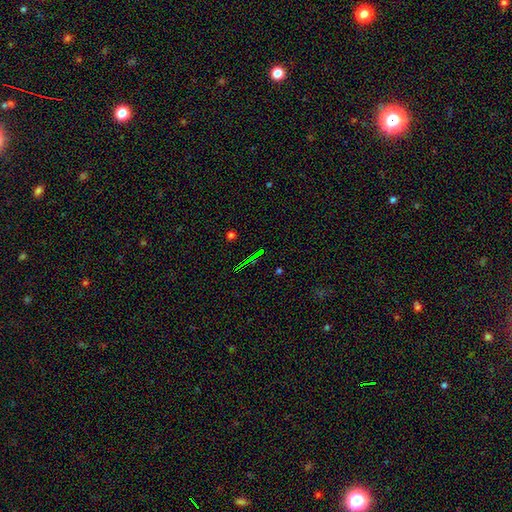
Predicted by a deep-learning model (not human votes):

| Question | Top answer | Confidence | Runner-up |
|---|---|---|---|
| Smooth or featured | star or artifact | 62% | smooth (22%) |